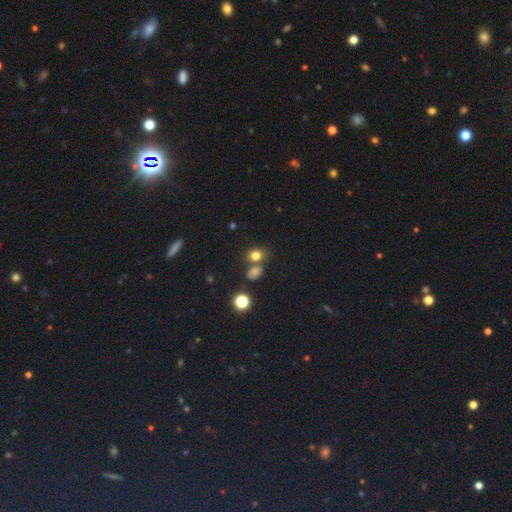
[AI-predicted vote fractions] Overall: smooth (77%). How rounded: round (60%; in between 39%). Merging: none (58%; merger 26%).